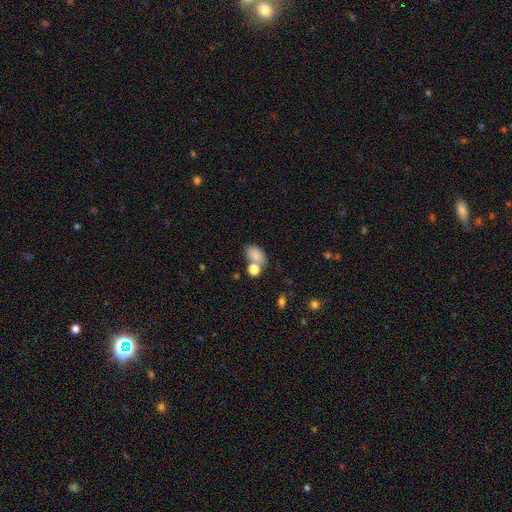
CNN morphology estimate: smooth-or-featured: smooth: 82% | star or artifact: 10% | featured or disk: 8%
  how-rounded: in between: 85% | round: 14% | cigar-shaped: 2%
  merging: none: 51% | merger: 29% | minor disturbance: 15% | major disturbance: 6%